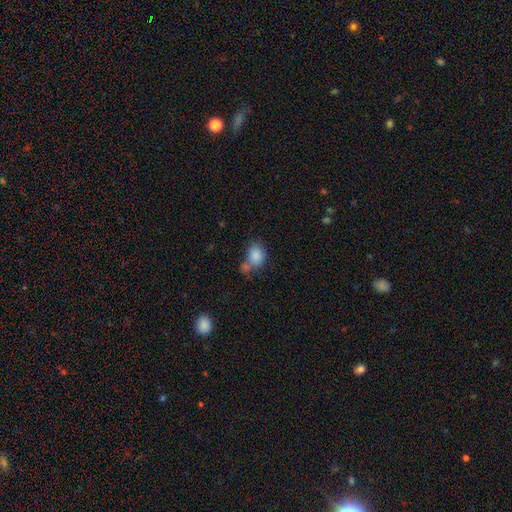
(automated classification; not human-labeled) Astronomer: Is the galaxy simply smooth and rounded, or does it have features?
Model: smooth — 85%.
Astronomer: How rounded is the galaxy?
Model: in between — 56% (runner-up: round, 43%).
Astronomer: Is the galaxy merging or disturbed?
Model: none — 45% (runner-up: merger, 32%).